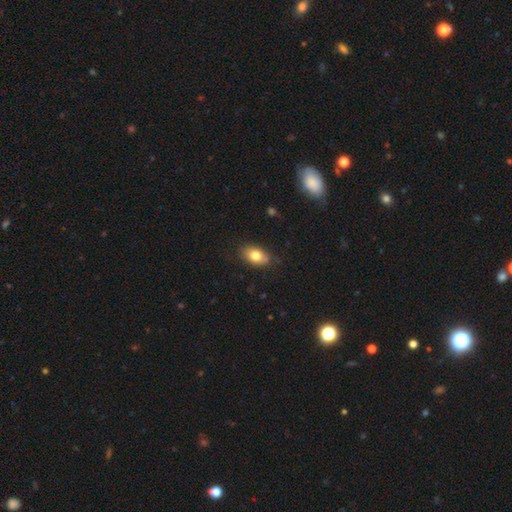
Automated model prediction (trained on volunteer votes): Overall: smooth (78%). How rounded: in between (87%). Merging: none (77%).